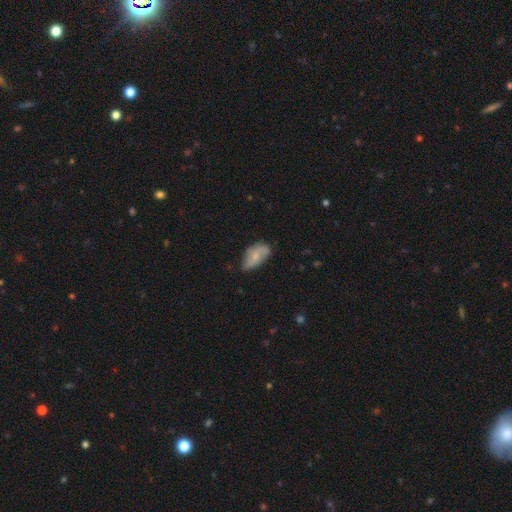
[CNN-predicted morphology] type=smooth (53%); roundness=in between (92%); merging=none (50%).